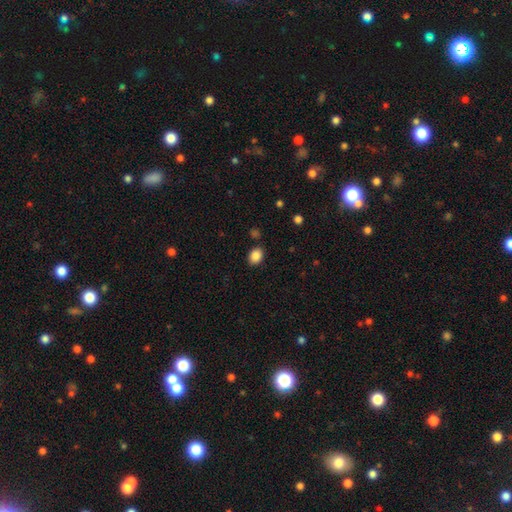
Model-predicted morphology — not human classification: This appears to be a smooth galaxy with no disk features (87%) that is in between round and cigar-shaped (61%). Merging: none (85%).